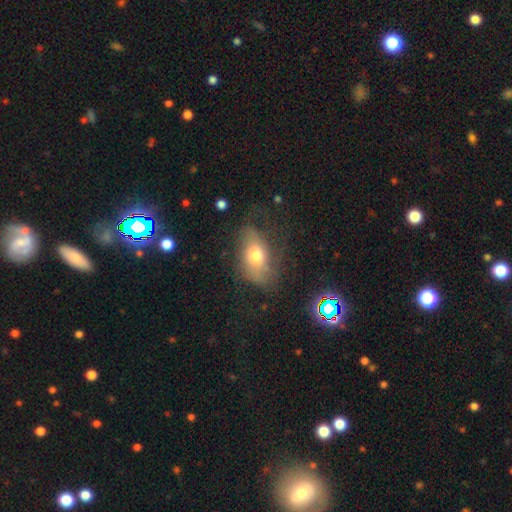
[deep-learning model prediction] Smooth or featured: smooth — 60% (featured or disk — 29%)
How rounded: in between — 84% (round — 14%)
Merging: none — 49% (minor disturbance — 27%)